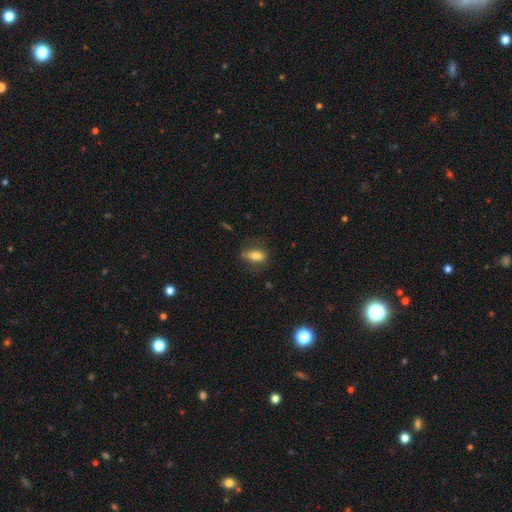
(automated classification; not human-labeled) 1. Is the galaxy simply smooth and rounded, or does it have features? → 75% smooth, 16% featured or disk, 9% star or artifact.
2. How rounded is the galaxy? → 73% in between, 20% cigar-shaped, 7% round.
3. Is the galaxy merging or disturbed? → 69% none, 20% minor disturbance, 8% major disturbance, 2% merger.